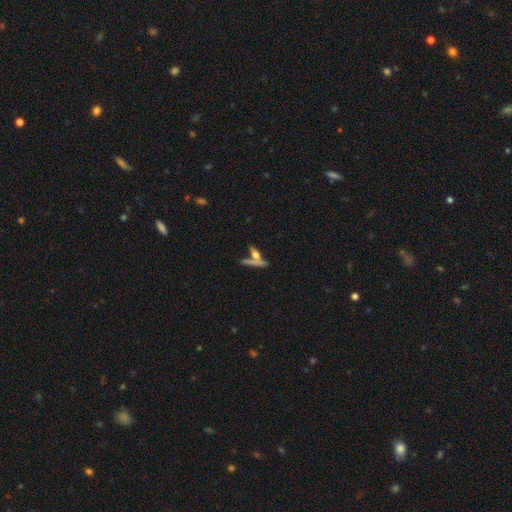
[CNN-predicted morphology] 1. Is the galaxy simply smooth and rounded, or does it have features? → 48% smooth, 40% featured or disk, 12% star or artifact.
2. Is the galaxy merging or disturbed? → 48% none, 36% merger, 11% minor disturbance, 6% major disturbance.